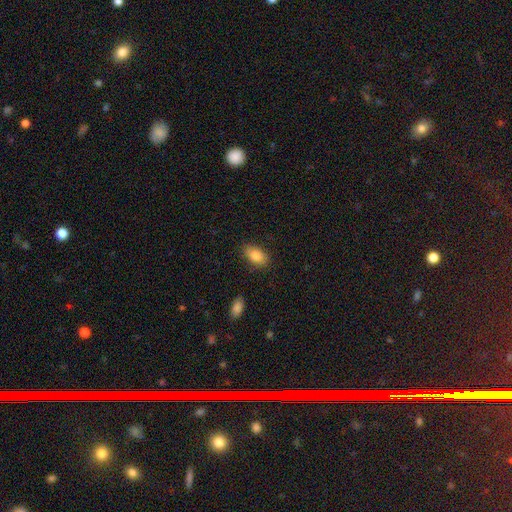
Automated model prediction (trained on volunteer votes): Smooth or featured? smooth (86%)
How rounded? in between (92%)
Merging? none (82%)